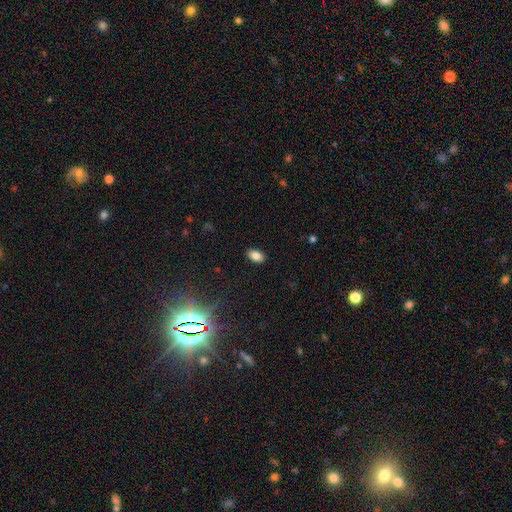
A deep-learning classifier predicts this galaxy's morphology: Q: Smooth or featured?
A: smooth (83%); runner-up: star or artifact (11%)
Q: How rounded?
A: in between (91%); runner-up: round (8%)
Q: Merging?
A: none (89%); runner-up: minor disturbance (8%)